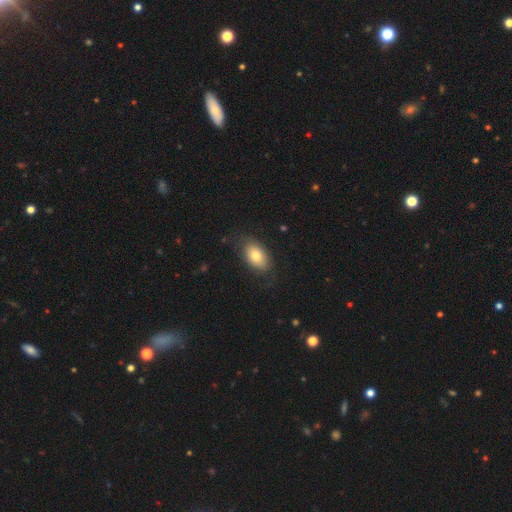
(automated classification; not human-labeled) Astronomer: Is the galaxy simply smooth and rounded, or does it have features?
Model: smooth — 77%.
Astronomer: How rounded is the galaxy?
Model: in between — 91%.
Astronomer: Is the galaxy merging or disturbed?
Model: none — 74%.